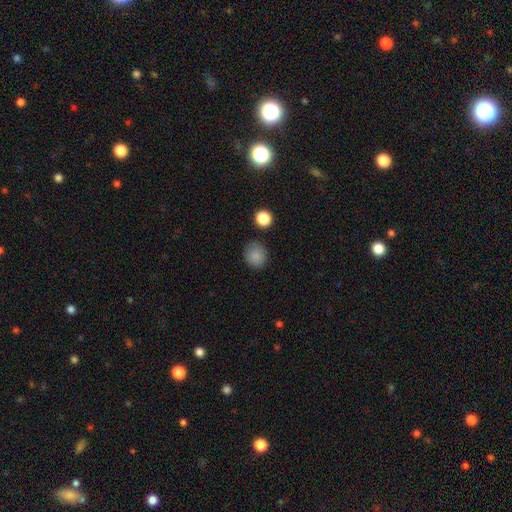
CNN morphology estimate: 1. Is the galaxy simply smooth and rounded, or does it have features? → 86% smooth, 10% star or artifact, 4% featured or disk.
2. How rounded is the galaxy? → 83% round, 16% in between, 1% cigar-shaped.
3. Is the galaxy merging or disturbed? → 86% none, 9% minor disturbance, 3% major disturbance, 2% merger.